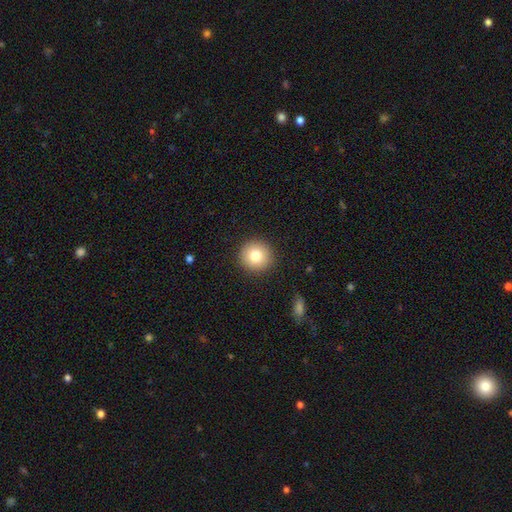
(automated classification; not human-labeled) This appears to be a smooth galaxy with no disk features (82%) that is round (94%). Merging: none (91%).